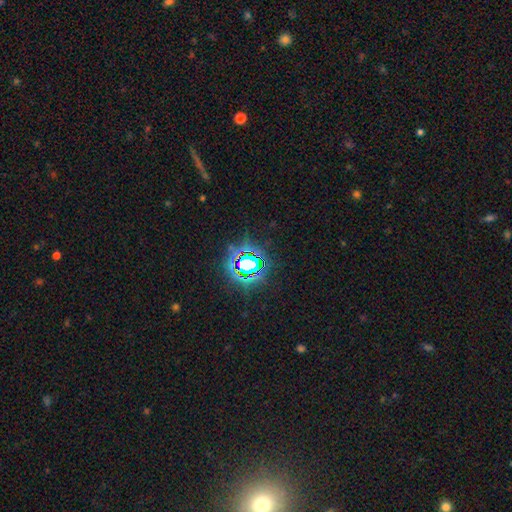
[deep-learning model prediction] Smooth or featured: star or artifact — 78% (smooth — 13%)